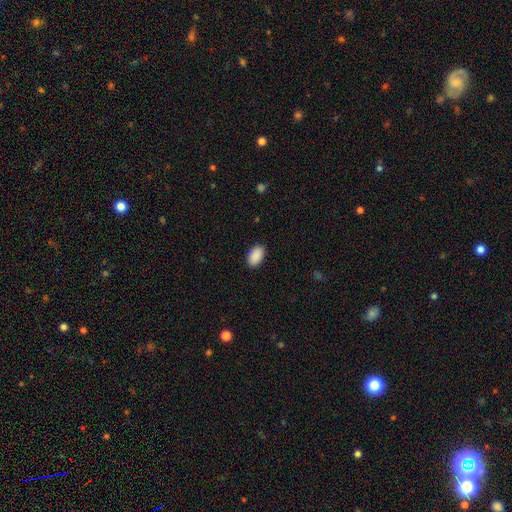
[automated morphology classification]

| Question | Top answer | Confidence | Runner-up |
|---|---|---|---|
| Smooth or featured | smooth | 91% | star or artifact (7%) |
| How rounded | in between | 94% | round (5%) |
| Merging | none | 89% | minor disturbance (8%) |